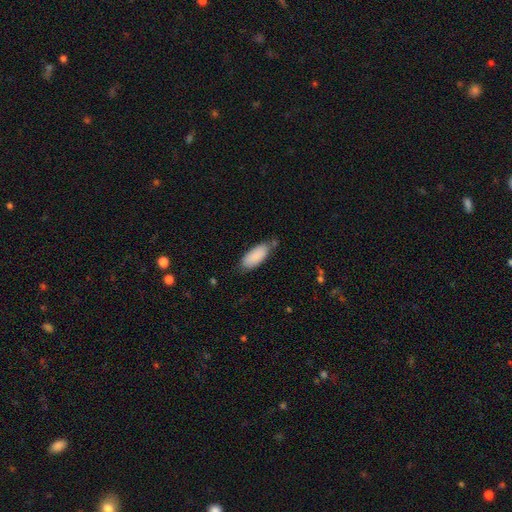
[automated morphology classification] Q: Smooth or featured?
A: smooth (88%); runner-up: star or artifact (6%)
Q: How rounded?
A: in between (82%); runner-up: cigar-shaped (17%)
Q: Merging?
A: none (64%); runner-up: minor disturbance (26%)